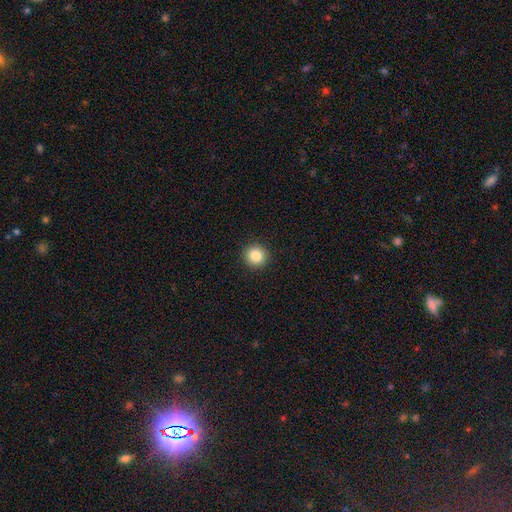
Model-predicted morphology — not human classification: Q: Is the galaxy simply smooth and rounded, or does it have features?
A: smooth — 85%.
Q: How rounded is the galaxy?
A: round — 94%.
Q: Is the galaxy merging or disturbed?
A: none — 93%.